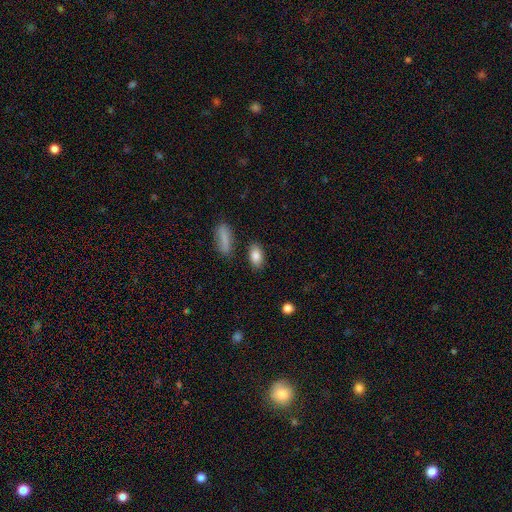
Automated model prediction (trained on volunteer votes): This is clearly a smooth galaxy (85%). How rounded: clearly in between (91%). Merging: clearly none (84%).